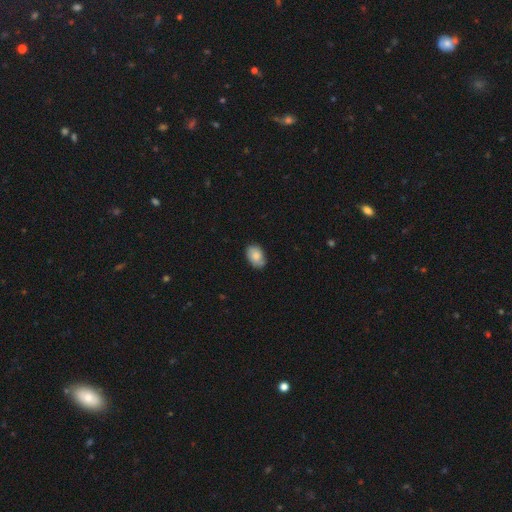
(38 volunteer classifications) smooth-or-featured: smooth: 87% | featured or disk: 8% | star or artifact: 5%
  how-rounded: in between: 88% | round: 12% | cigar-shaped: 0%
  merging: none: 61% | minor disturbance: 28% | major disturbance: 8% | merger: 3%